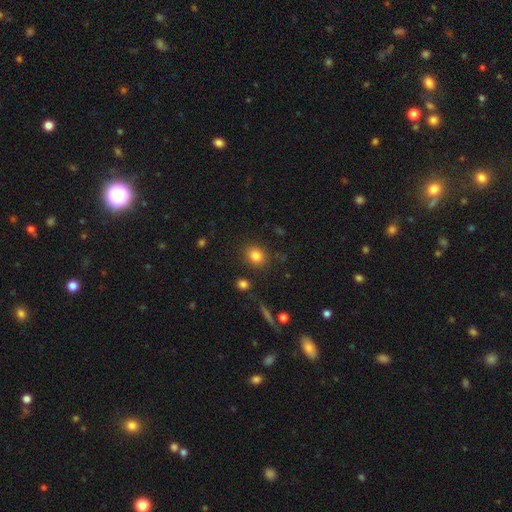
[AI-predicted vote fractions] smooth 82%, star or artifact 11%, featured or disk 7%. Down the decision tree: how rounded — round (62%); merging — none (85%).